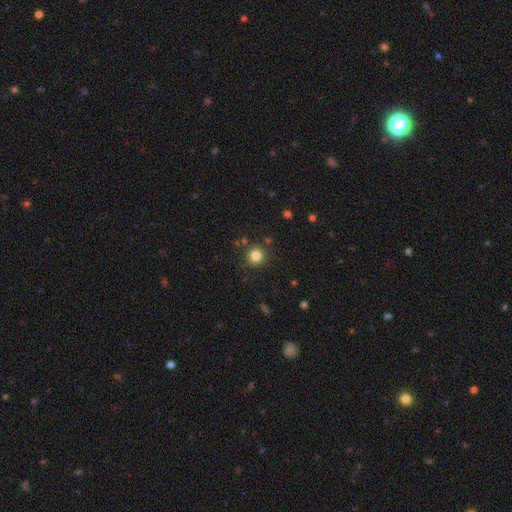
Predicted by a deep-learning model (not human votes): smooth-or-featured: smooth: 82% | star or artifact: 13% | featured or disk: 6%
  how-rounded: round: 94% | in between: 5% | cigar-shaped: 1%
  merging: none: 87% | minor disturbance: 7% | merger: 3% | major disturbance: 3%